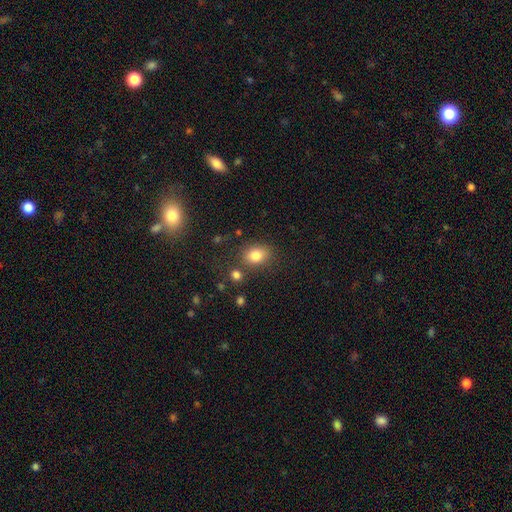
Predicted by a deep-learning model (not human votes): Smooth or featured? smooth (81%)
How rounded? in between (59%)
Merging? none (74%)